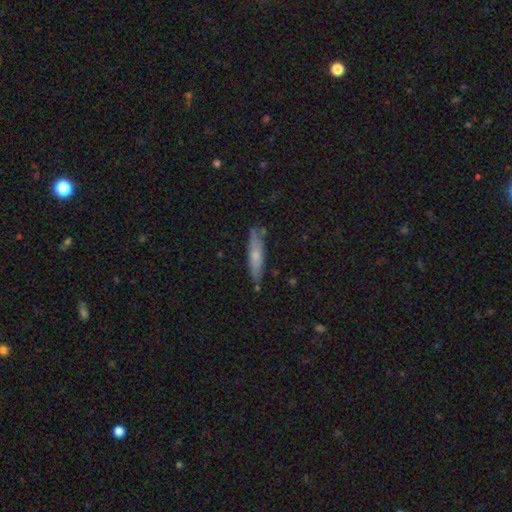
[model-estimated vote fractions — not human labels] Smooth or featured?
  - smooth: 60% *
  - featured or disk: 33%
  - star or artifact: 6%
How rounded?
  - cigar-shaped: 82% *
  - in between: 17%
  - round: 2%
Merging?
  - none: 80% *
  - minor disturbance: 14%
  - merger: 3%
  - major disturbance: 2%